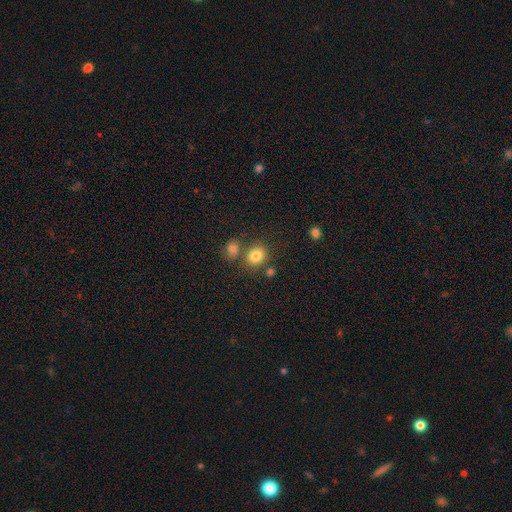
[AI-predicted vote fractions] Q: Smooth or featured?
A: smooth (81%); runner-up: star or artifact (12%)
Q: How rounded?
A: round (69%); runner-up: in between (30%)
Q: Merging?
A: none (66%); runner-up: merger (21%)